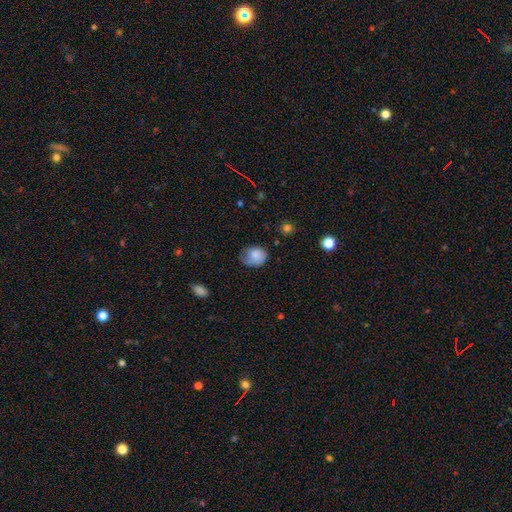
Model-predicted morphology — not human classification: type=smooth (75%); roundness=round (54%); merging=none (47%).